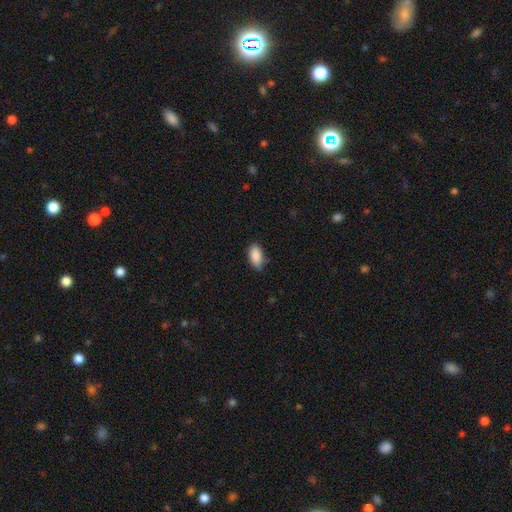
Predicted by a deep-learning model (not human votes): Overall: smooth (89%). How rounded: in between (93%). Merging: none (71%).